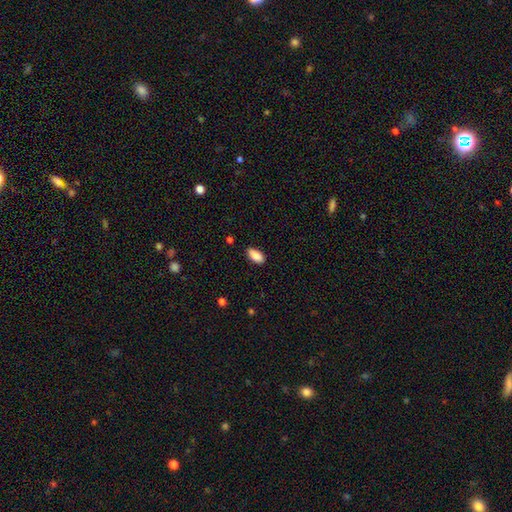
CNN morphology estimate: A smooth galaxy with no disk features (89%) that is in between round and cigar-shaped (89%).

Vote fractions:
- Smooth or featured? smooth: 89% / star or artifact: 7% / featured or disk: 4%
- How rounded? in between: 89% / cigar-shaped: 8% / round: 2%
- Merging? none: 84% / minor disturbance: 12% / major disturbance: 2% / merger: 1%